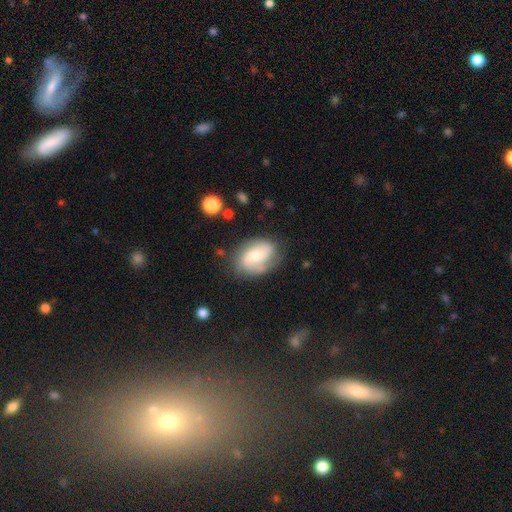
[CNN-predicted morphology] Overall: featured or disk (64%; smooth 29%). Edge-on disk: no (97%). Bar: no (53%; weak 38%). Spiral arms: yes (90%). Spiral arm count: 2 (77%). Spiral winding: medium (44%; loose 34%). Bulge size: moderate (52%; small 38%). Merging: none (68%).